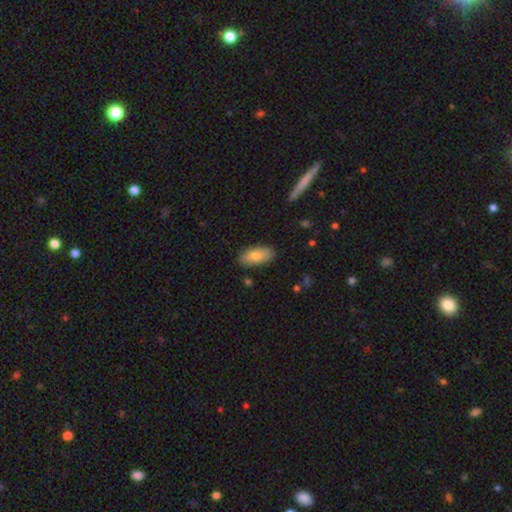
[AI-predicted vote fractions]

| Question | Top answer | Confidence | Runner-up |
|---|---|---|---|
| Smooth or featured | smooth | 79% | featured or disk (15%) |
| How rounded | in between | 89% | cigar-shaped (9%) |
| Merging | none | 85% | minor disturbance (11%) |